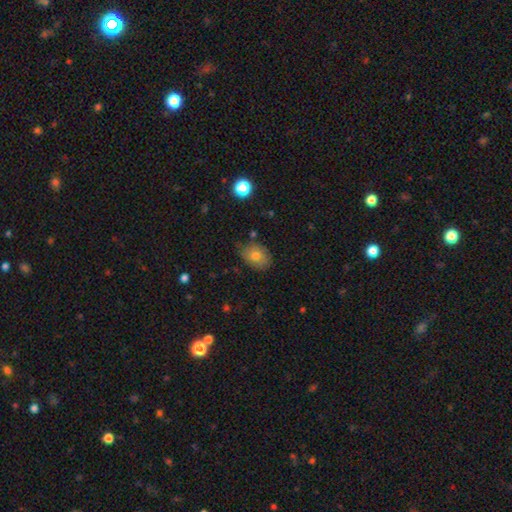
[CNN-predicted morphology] type=smooth (73%); roundness=in between (70%); merging=none (69%).